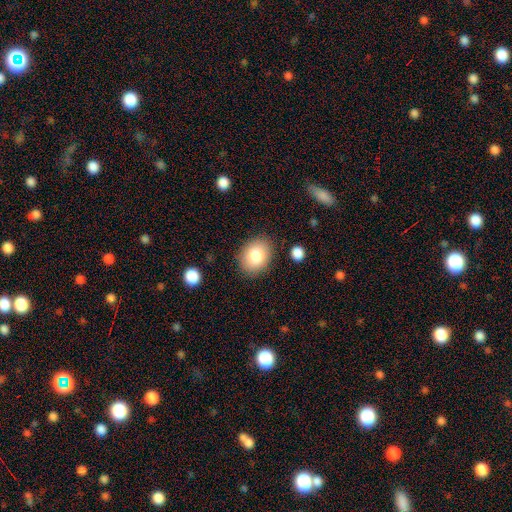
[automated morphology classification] Q: Smooth or featured?
A: smooth (82%); runner-up: featured or disk (10%)
Q: How rounded?
A: in between (59%); runner-up: round (40%)
Q: Merging?
A: none (86%); runner-up: minor disturbance (9%)